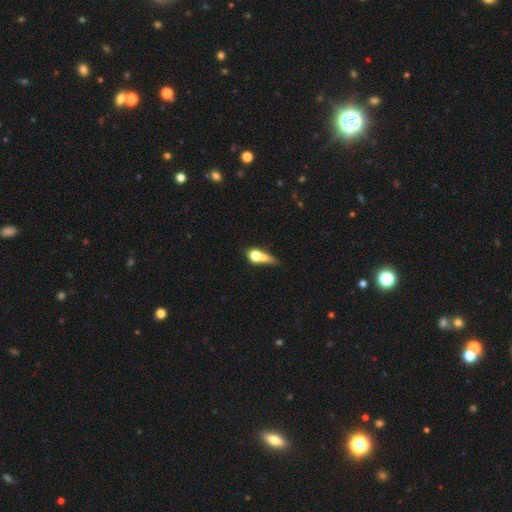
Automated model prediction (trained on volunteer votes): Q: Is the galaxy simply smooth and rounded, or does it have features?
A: smooth — 60%.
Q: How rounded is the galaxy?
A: round — 44%.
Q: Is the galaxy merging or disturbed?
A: none — 32%.